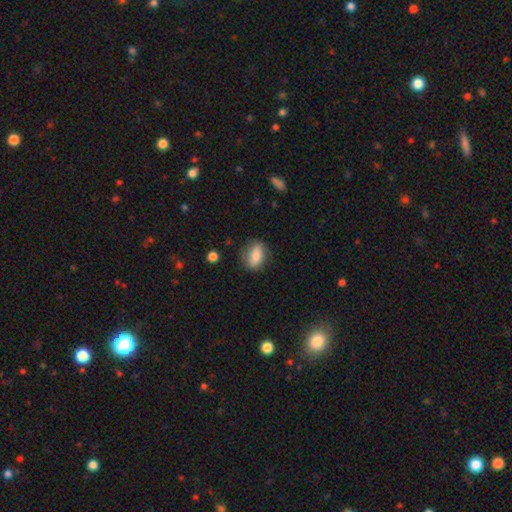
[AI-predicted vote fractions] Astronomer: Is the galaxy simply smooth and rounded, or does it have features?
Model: smooth — 77%.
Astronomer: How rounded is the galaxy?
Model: in between — 74%.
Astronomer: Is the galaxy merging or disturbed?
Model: none — 78%.